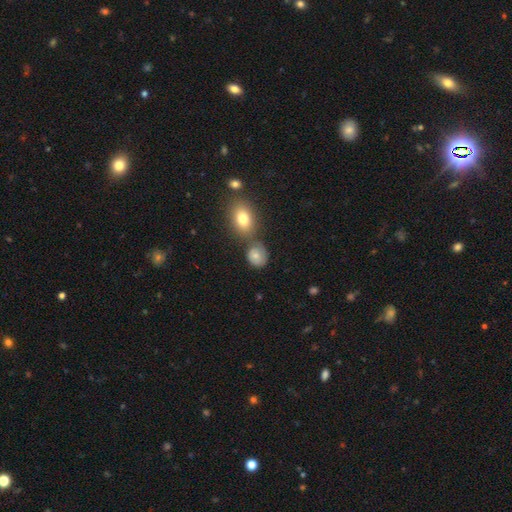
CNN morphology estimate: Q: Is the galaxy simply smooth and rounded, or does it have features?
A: smooth — 74%.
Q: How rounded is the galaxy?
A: round — 64%.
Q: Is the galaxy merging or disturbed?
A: none — 60%.